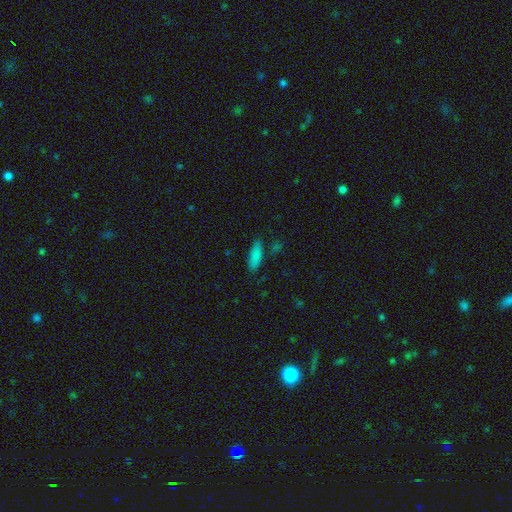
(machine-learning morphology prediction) Overall: smooth (84%). How rounded: in between (54%; cigar-shaped 44%). Merging: none (81%).